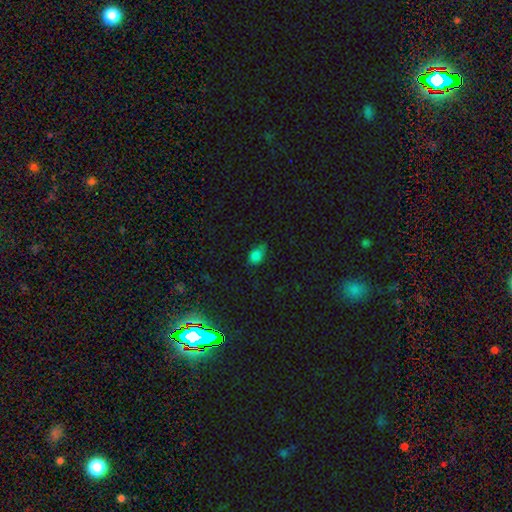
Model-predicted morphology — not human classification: A smooth galaxy with no disk features (77%) that is in between round and cigar-shaped (72%). Merging: none (50%).